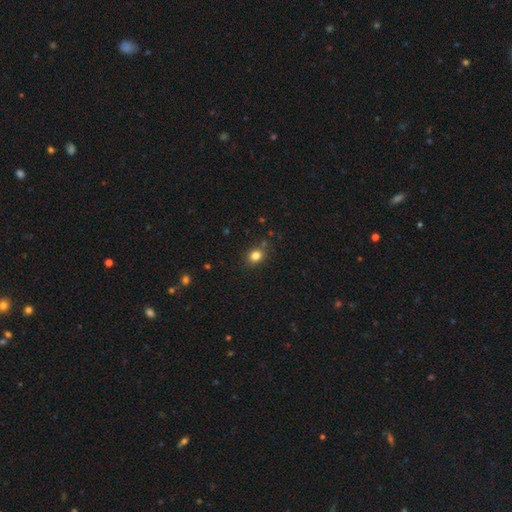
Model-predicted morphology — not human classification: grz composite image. It shows a smooth galaxy with no disk features (82%) that is round (59%). Merging: none (82%).